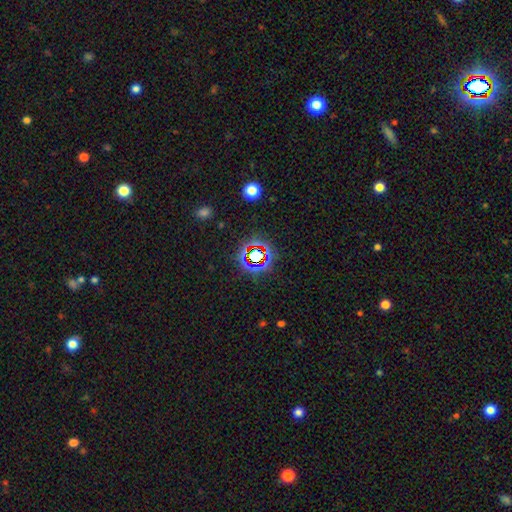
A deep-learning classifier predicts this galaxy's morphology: type=star or artifact (75%).